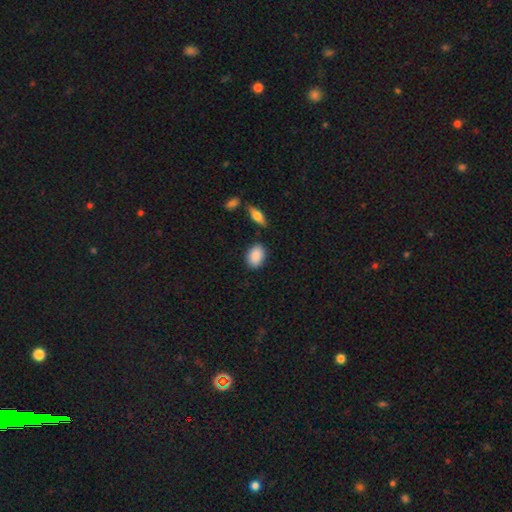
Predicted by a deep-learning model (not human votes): Smooth or featured? Predicted: smooth (p=0.89). How rounded? Predicted: in between (p=0.87). Merging? Predicted: none (p=0.82).